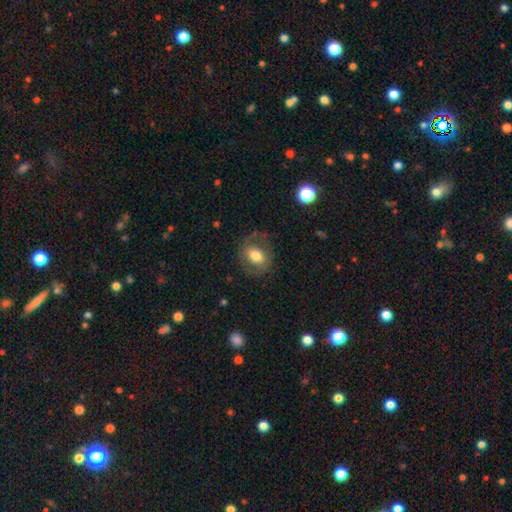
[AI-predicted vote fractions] The model was most divided on "how rounded": in between: 51%, round: 47%, cigar-shaped: 1%. More confident: merging — none (74%); smooth or featured — smooth (65%).